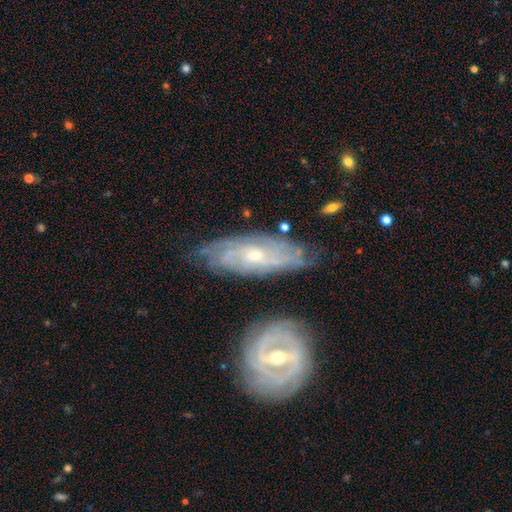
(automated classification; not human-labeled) Smooth or featured: featured or disk — 83% (smooth — 11%)
Edge-on disk: no — 87% (yes — 13%)
Bar: no — 56% (weak — 33%)
Spiral arms: yes — 93% (no — 7%)
Spiral winding: tight — 66% (medium — 27%)
Spiral arm count: can't tell — 45% (2 — 17%)
Bulge size: small — 55% (moderate — 42%)
Merging: none — 67% (minor disturbance — 20%)